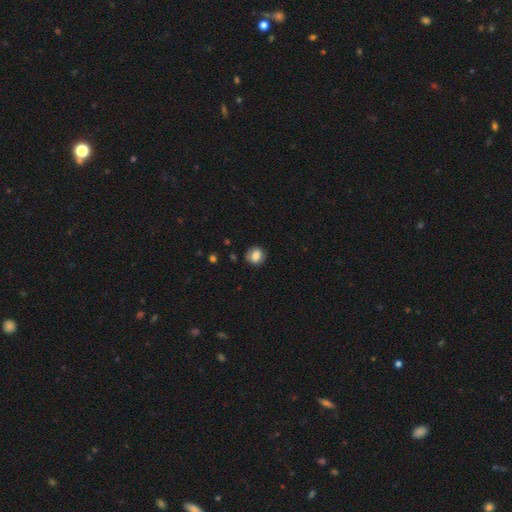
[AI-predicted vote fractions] Overall: smooth (80%). How rounded: round (73%). Merging: none (80%).